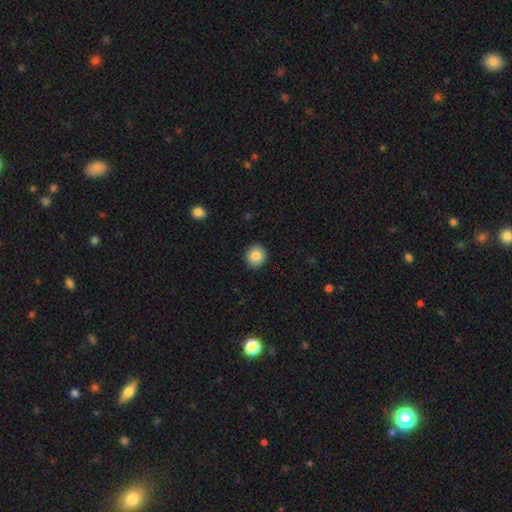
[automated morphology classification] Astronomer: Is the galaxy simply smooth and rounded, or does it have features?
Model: smooth — 85%.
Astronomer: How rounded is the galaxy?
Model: round — 87%.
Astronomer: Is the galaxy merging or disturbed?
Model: none — 91%.